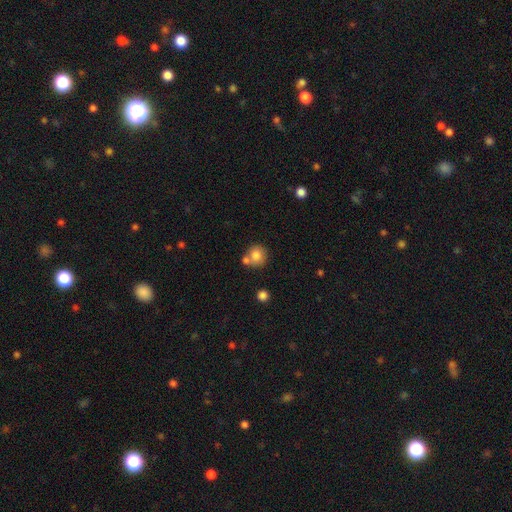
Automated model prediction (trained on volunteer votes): Smooth or featured? Predicted: smooth (p=0.80). How rounded? Predicted: round (p=0.88). Merging? Predicted: none (p=0.57).